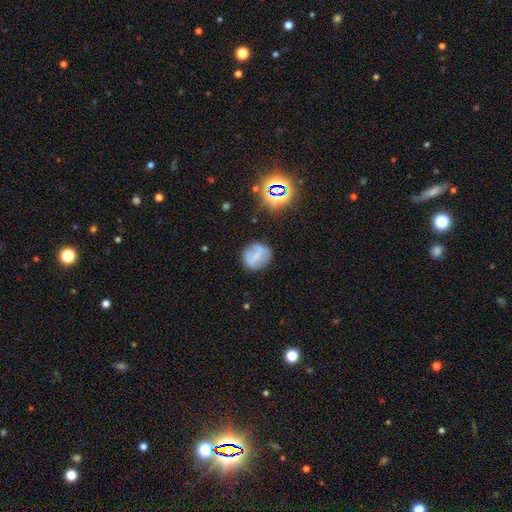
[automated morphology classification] The model was most divided on "smooth or featured": smooth: 49%, featured or disk: 38%, star or artifact: 13%. More confident: merging — none (77%).